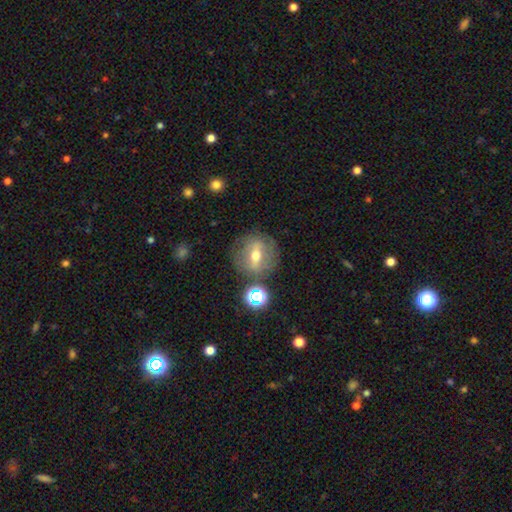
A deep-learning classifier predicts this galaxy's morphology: A featured or disk galaxy (57%).

Vote fractions:
- Smooth or featured? featured or disk: 57% / smooth: 30% / star or artifact: 13%
- Edge-on disk? no: 81% / yes: 19%
- Merging? none: 75% / minor disturbance: 14% / major disturbance: 6% / merger: 5%